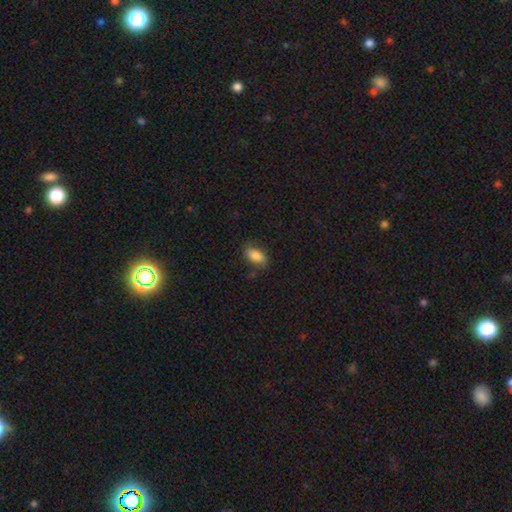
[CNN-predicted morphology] Q: Smooth or featured?
A: smooth (82%); runner-up: featured or disk (10%)
Q: How rounded?
A: in between (90%); runner-up: round (6%)
Q: Merging?
A: none (74%); runner-up: minor disturbance (19%)